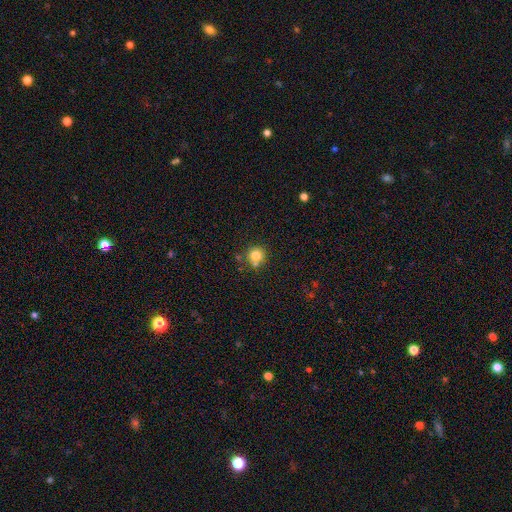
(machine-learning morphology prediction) A smooth galaxy with no disk features (79%) that is round (92%). Merging: none (69%).